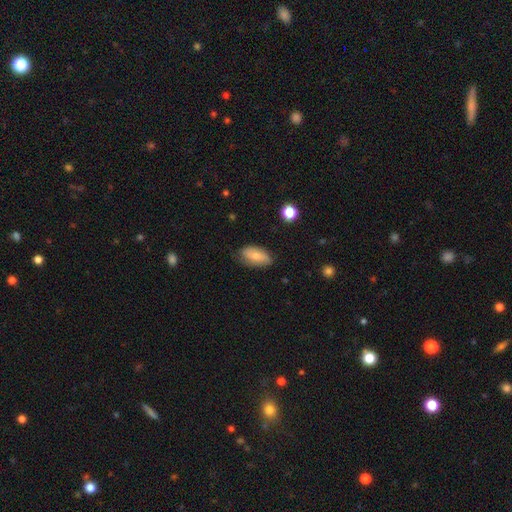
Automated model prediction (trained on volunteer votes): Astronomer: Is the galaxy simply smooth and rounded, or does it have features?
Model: smooth — 73%.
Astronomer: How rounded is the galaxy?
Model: in between — 91%.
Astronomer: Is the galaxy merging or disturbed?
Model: none — 73%.